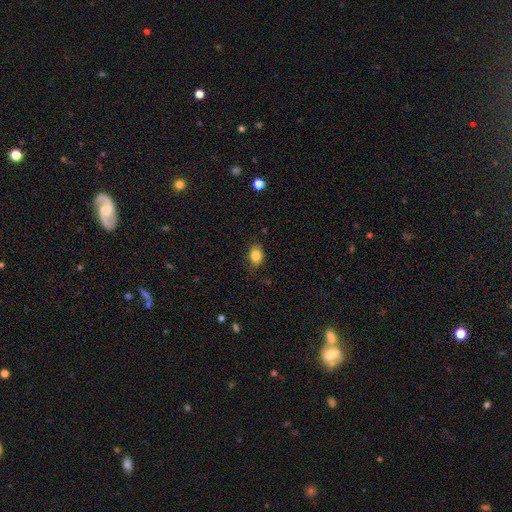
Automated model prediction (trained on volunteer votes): Smooth or featured? smooth (83%)
How rounded? in between (77%)
Merging? none (78%)